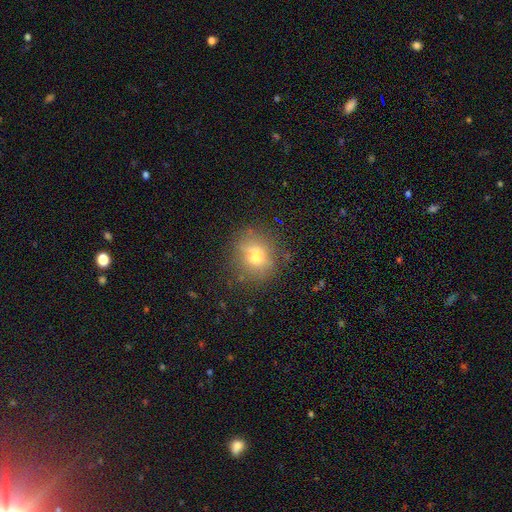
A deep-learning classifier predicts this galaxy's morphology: A smooth galaxy with no disk features (61%) that is round (81%). Merging: none (79%).